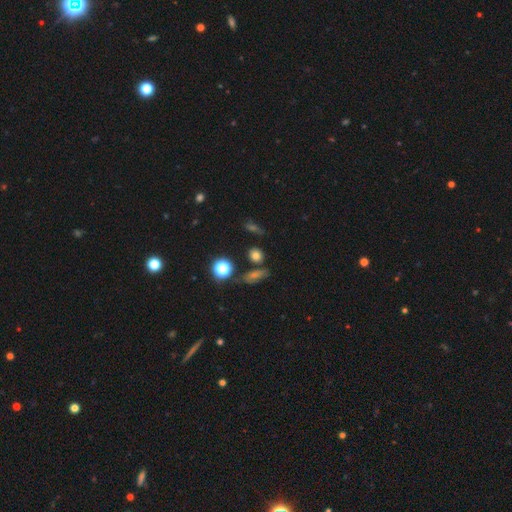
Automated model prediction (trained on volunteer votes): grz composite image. It shows a smooth galaxy with no disk features (70%) that is round (60%). Merging: none (76%).